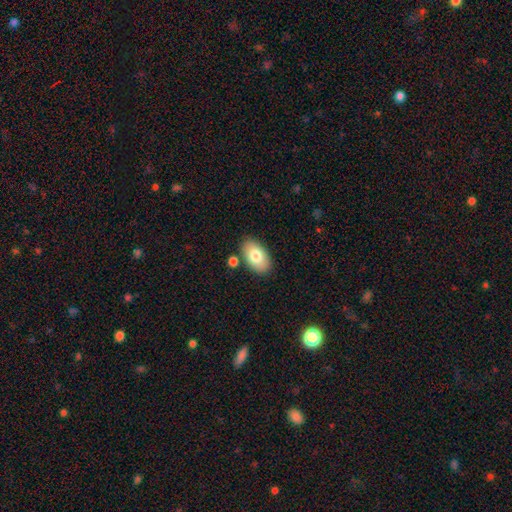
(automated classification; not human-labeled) smooth_or_featured: smooth (p=0.79) [alt: featured or disk p=0.14]
how_rounded: in between (p=0.94) [alt: round p=0.05]
merging: none (p=0.82) [alt: minor disturbance p=0.11]